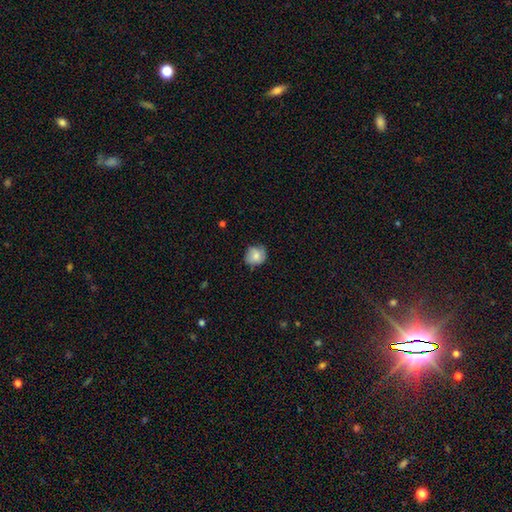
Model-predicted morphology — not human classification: Q: Smooth or featured?
A: smooth (75%); runner-up: featured or disk (17%)
Q: How rounded?
A: round (80%); runner-up: in between (19%)
Q: Merging?
A: none (68%); runner-up: minor disturbance (25%)